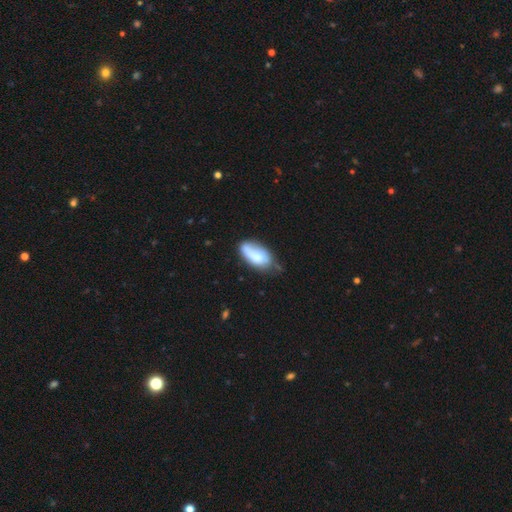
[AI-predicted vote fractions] This appears to be a smooth galaxy with no disk features (71%) that is in between round and cigar-shaped (91%). Merging: none (45%).